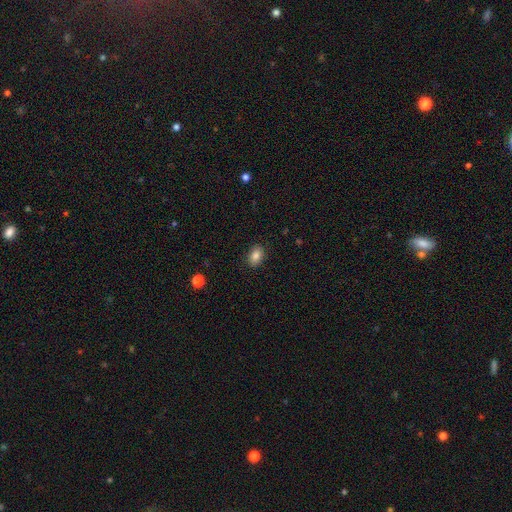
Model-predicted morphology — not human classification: Overall: smooth (85%). How rounded: in between (81%). Merging: none (87%).